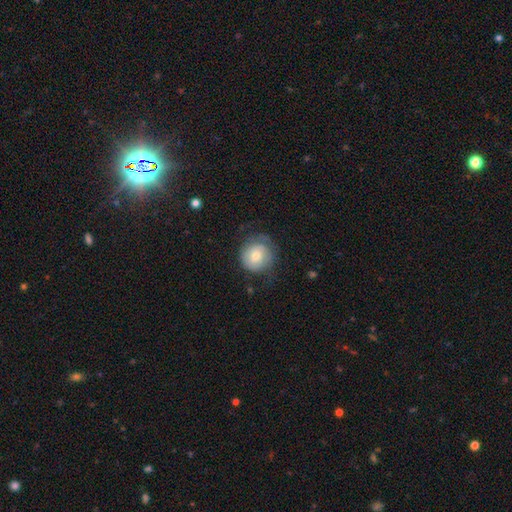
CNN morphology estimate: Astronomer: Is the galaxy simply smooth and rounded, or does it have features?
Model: smooth — 56% (runner-up: featured or disk, 37%).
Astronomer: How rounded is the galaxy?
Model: round — 88%.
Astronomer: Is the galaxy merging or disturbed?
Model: none — 60%.